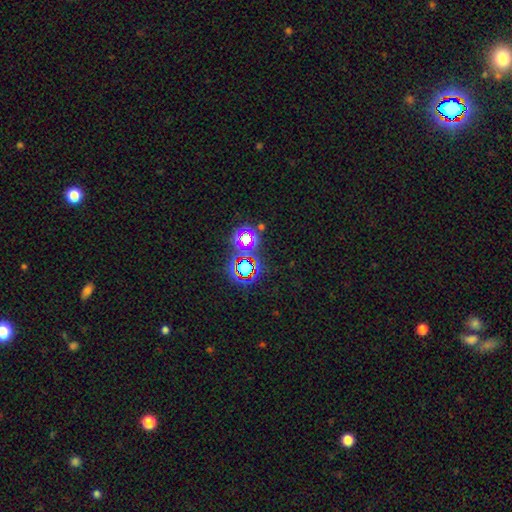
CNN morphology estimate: type=star or artifact (59%).